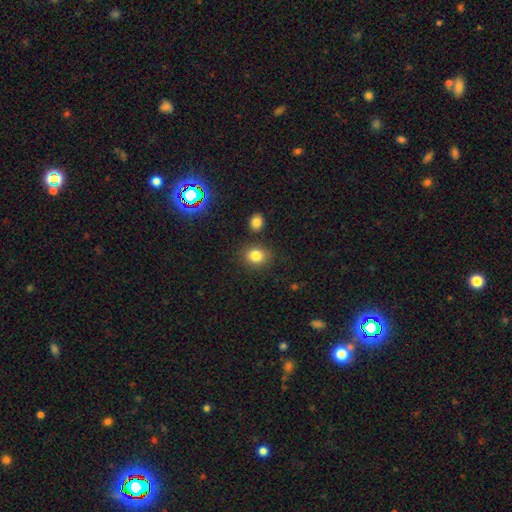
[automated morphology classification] A smooth galaxy with no disk features (82%) that is round (68%).

Vote fractions:
- Smooth or featured? smooth: 82% / star or artifact: 12% / featured or disk: 6%
- How rounded? round: 68% / in between: 31% / cigar-shaped: 1%
- Merging? none: 82% / minor disturbance: 10% / merger: 5% / major disturbance: 3%